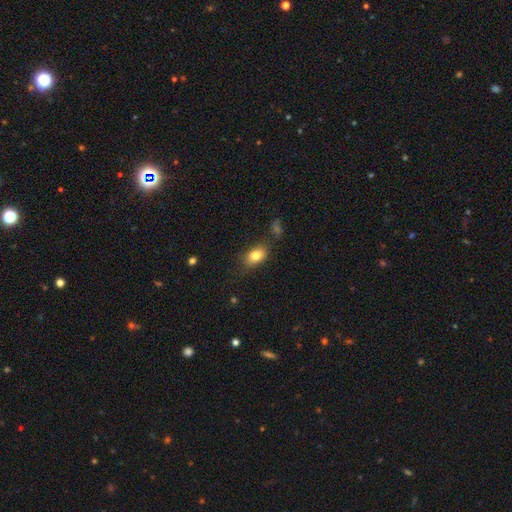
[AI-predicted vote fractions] A smooth galaxy with no disk features (81%) that is in between round and cigar-shaped (82%). Merging: none (76%).